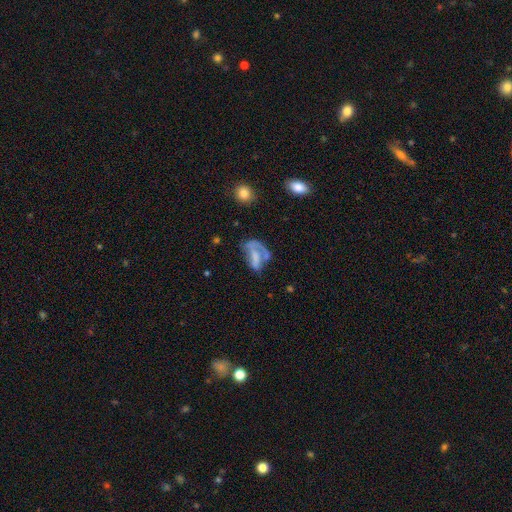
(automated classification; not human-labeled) The model was most divided on "merging": major disturbance: 39%, none: 26%, minor disturbance: 19%, merger: 16%. More confident: edge-on disk — no (95%); smooth or featured — featured or disk (51%).